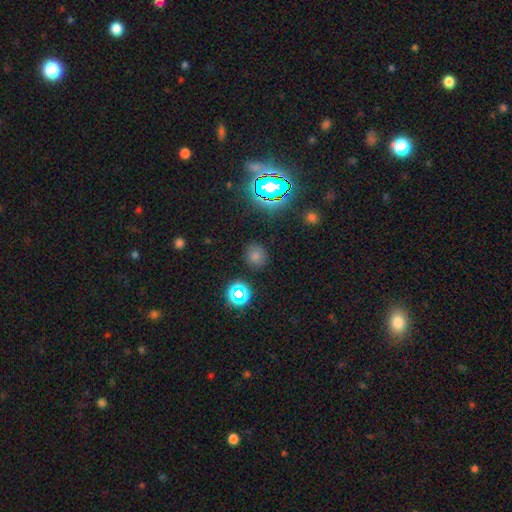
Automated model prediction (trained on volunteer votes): Overall: smooth (71%). How rounded: round (86%). Merging: none (86%).